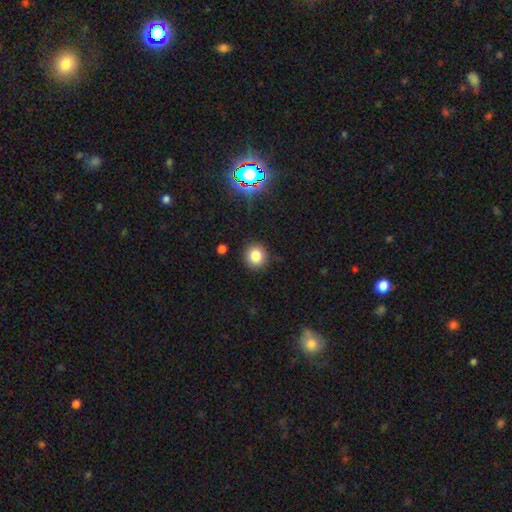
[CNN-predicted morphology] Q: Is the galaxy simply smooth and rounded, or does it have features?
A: smooth — 80%.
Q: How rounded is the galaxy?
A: round — 89%.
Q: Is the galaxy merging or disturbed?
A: none — 89%.